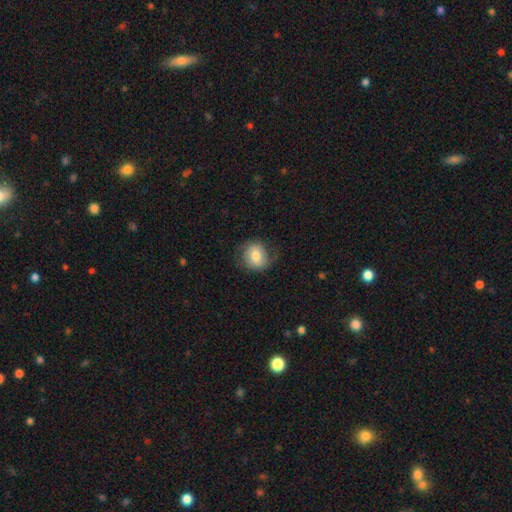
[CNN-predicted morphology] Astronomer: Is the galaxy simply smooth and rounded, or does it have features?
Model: smooth — 64%.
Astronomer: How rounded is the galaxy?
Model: round — 71%.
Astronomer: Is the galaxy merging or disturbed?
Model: none — 70%.